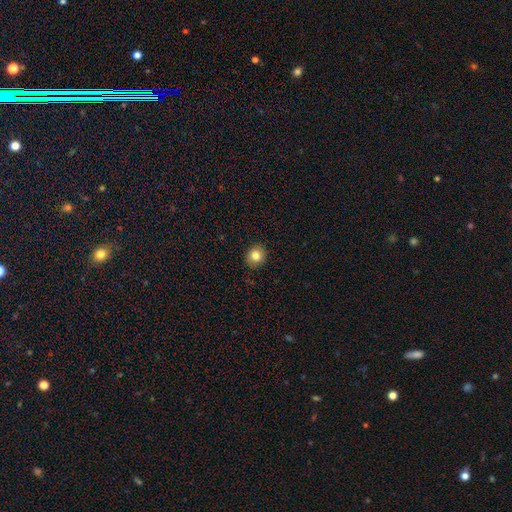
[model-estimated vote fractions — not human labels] Smooth or featured: smooth — 82% (star or artifact — 10%)
How rounded: round — 81% (in between — 18%)
Merging: none — 90% (minor disturbance — 7%)